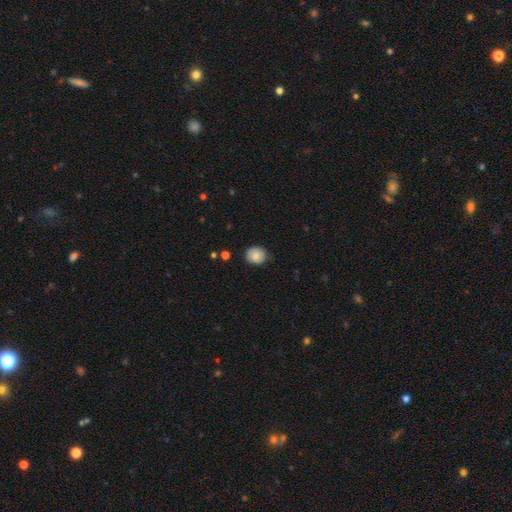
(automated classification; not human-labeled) Q: Smooth or featured?
A: smooth (79%); runner-up: featured or disk (12%)
Q: How rounded?
A: round (76%); runner-up: in between (23%)
Q: Merging?
A: none (84%); runner-up: minor disturbance (13%)